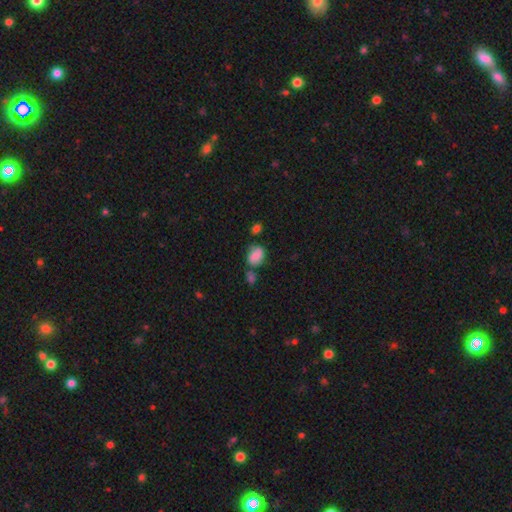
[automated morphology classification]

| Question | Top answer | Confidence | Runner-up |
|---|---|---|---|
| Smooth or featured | smooth | 74% | featured or disk (15%) |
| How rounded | in between | 73% | round (26%) |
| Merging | none | 43% | minor disturbance (25%) |